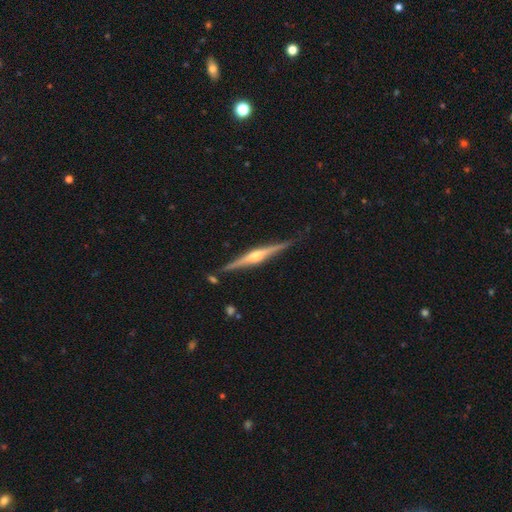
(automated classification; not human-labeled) The model was most divided on "smooth or featured": featured or disk: 82%, smooth: 13%, star or artifact: 5%. More confident: edge-on disk — yes (98%); edge-on bulge — rounded (89%); merging — none (85%).